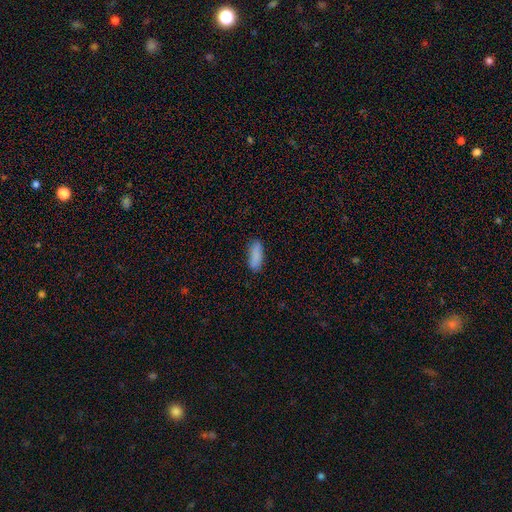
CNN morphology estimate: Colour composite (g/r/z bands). It shows a smooth galaxy with no disk features (87%) that is in between round and cigar-shaped (66%). Merging: none (82%).